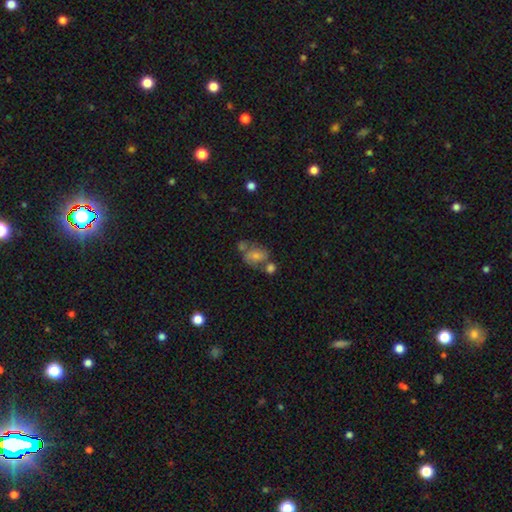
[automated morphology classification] Smooth or featured? Predicted: smooth (p=0.57). How rounded? Predicted: in between (p=0.69). Merging? Predicted: none (p=0.46).